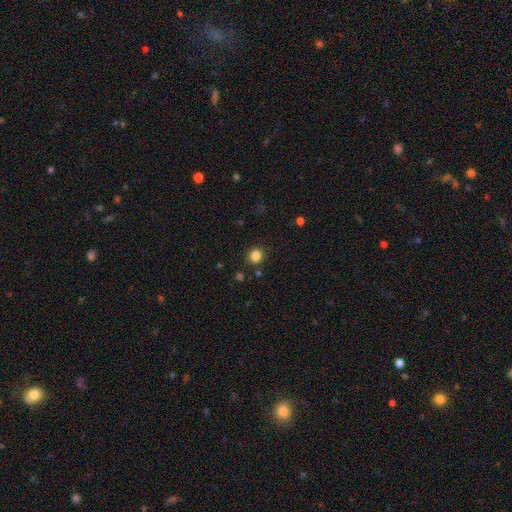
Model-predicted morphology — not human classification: Smooth or featured?
  - smooth: 84% *
  - star or artifact: 12%
  - featured or disk: 4%
How rounded?
  - round: 86% *
  - in between: 13%
  - cigar-shaped: 1%
Merging?
  - none: 88% *
  - minor disturbance: 7%
  - merger: 3%
  - major disturbance: 2%